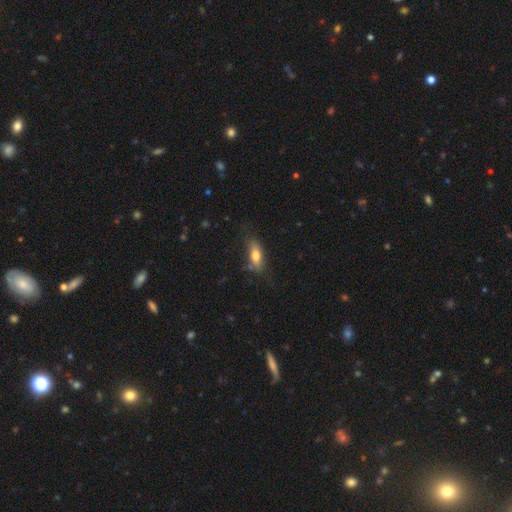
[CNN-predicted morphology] A smooth galaxy with no disk features (72%) that is in between round and cigar-shaped (72%). Merging: none (68%).